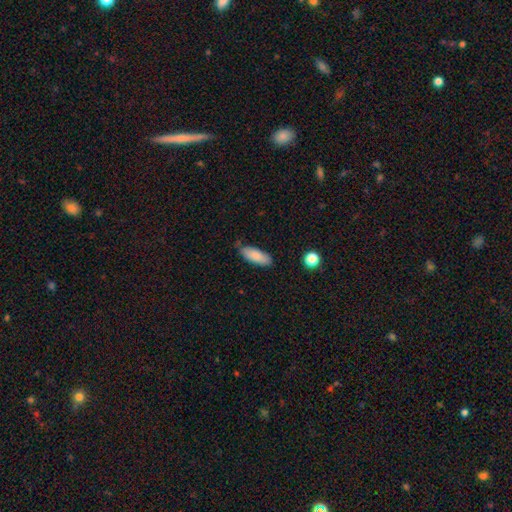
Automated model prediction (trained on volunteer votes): Smooth or featured: smooth — 86% (featured or disk — 7%)
How rounded: in between — 75% (cigar-shaped — 24%)
Merging: none — 74% (minor disturbance — 19%)